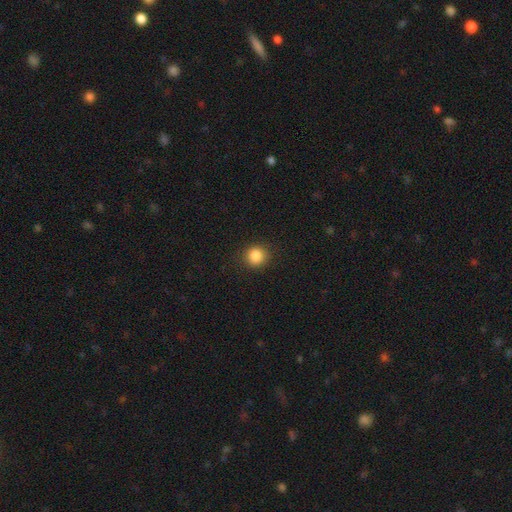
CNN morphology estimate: smooth_or_featured: smooth (p=0.86) [alt: star or artifact p=0.10]
how_rounded: round (p=0.89) [alt: in between p=0.10]
merging: none (p=0.89) [alt: minor disturbance p=0.07]